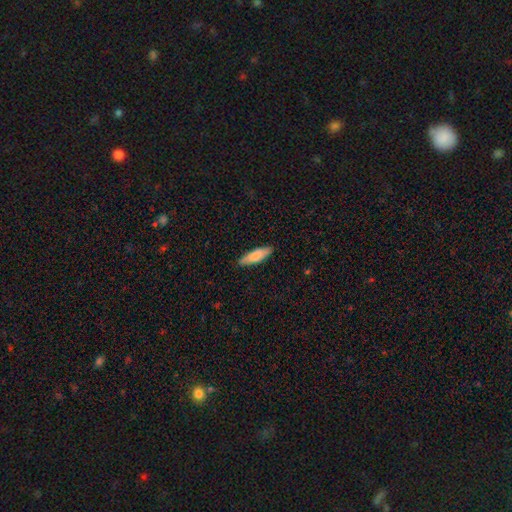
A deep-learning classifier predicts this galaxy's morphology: A smooth galaxy with no disk features (83%) that is cigar-shaped (61%). Merging: none (87%).